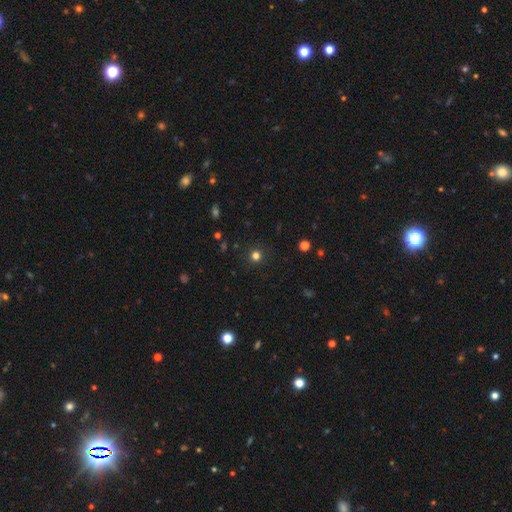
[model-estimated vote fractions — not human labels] smooth_or_featured: smooth (p=0.76) [alt: star or artifact p=0.19]
how_rounded: round (p=0.94) [alt: in between p=0.05]
merging: none (p=0.91) [alt: minor disturbance p=0.06]